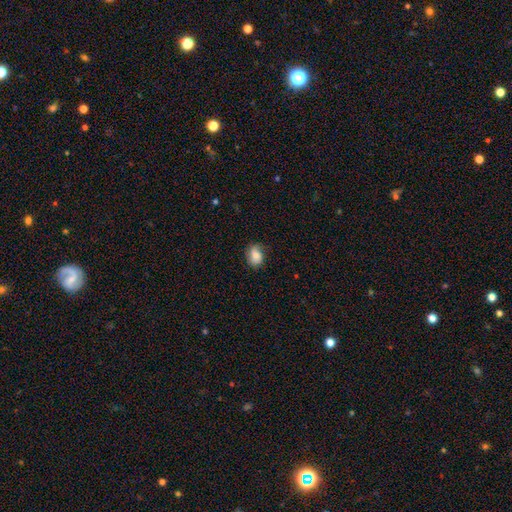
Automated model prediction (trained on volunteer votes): This is likely a smooth galaxy (76%). How rounded: likely in between (69%). Merging: likely none (75%).